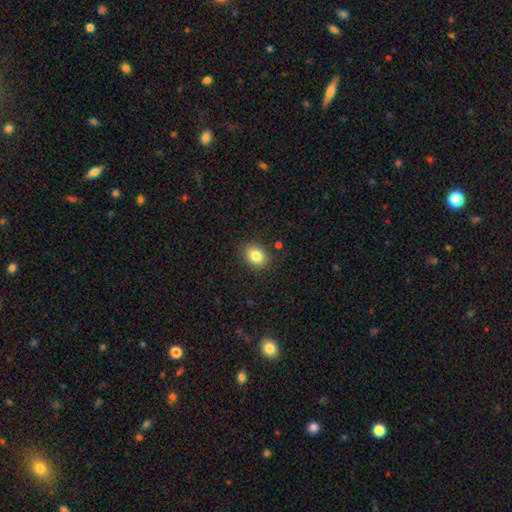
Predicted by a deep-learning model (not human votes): Q: Smooth or featured?
A: smooth (83%); runner-up: star or artifact (10%)
Q: How rounded?
A: in between (53%); runner-up: round (47%)
Q: Merging?
A: none (86%); runner-up: minor disturbance (9%)